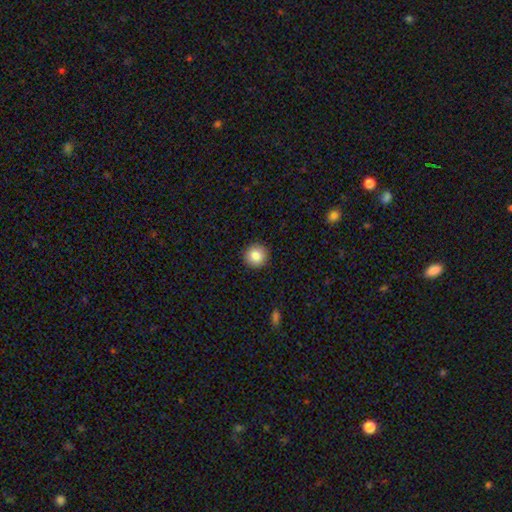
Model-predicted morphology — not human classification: smooth 84%, star or artifact 9%, featured or disk 6%. Down the decision tree: how rounded — round (95%); merging — none (93%).